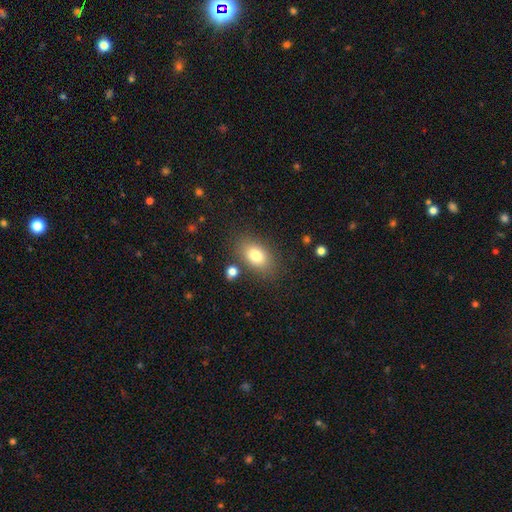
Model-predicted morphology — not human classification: smooth_or_featured: smooth (p=0.80) [alt: featured or disk p=0.11]
how_rounded: in between (p=0.86) [alt: round p=0.12]
merging: none (p=0.80) [alt: minor disturbance p=0.12]